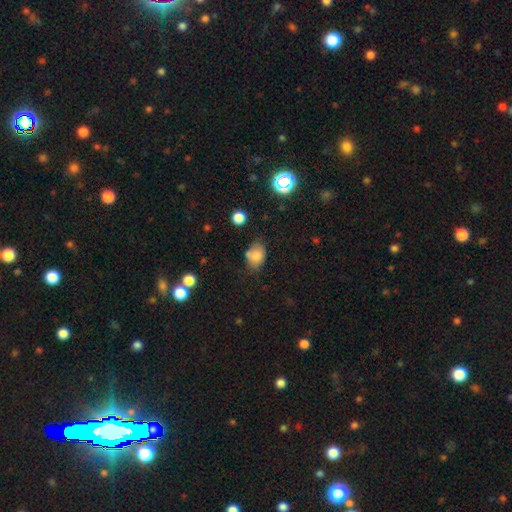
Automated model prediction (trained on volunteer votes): Smooth or featured? smooth (77%)
How rounded? in between (71%)
Merging? none (60%)